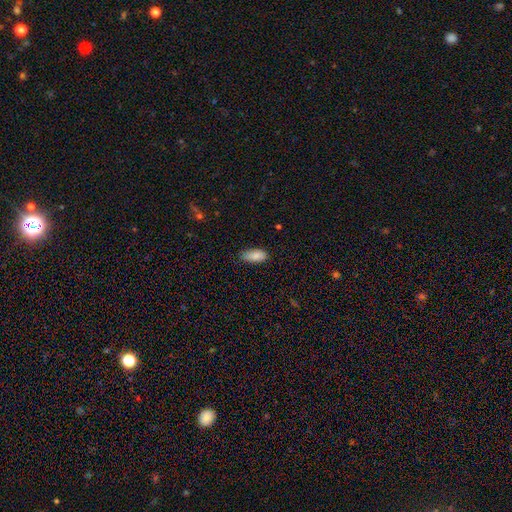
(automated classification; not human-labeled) smooth 87%, star or artifact 7%, featured or disk 6%. Down the decision tree: how rounded — in between (87%); merging — none (72%).